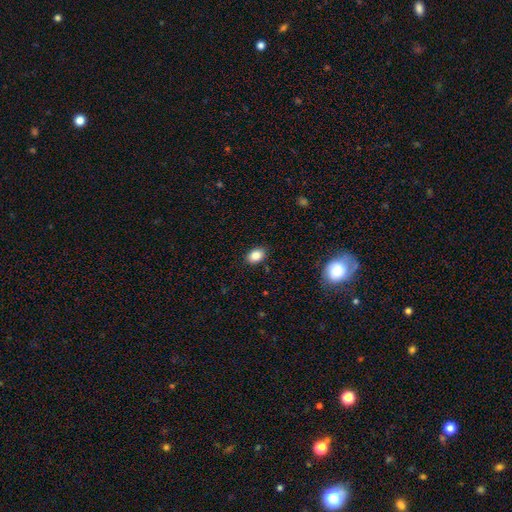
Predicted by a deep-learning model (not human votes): Q: Smooth or featured?
A: smooth (85%); runner-up: star or artifact (9%)
Q: How rounded?
A: in between (80%); runner-up: round (19%)
Q: Merging?
A: none (88%); runner-up: minor disturbance (9%)